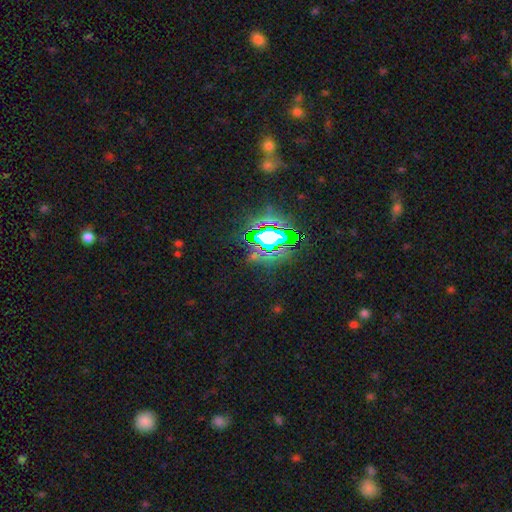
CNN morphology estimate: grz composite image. It shows a star or artifact, not a galaxy (76%).